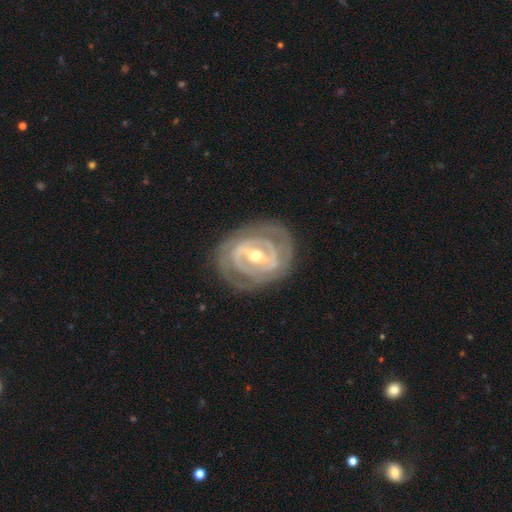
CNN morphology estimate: smooth_or_featured: featured or disk (p=0.86) [alt: smooth p=0.10]
disk_edge_on: no (p=0.96) [alt: yes p=0.04]
bar: strong (p=0.46) [alt: weak p=0.36]
has_spiral_arms: yes (p=0.79) [alt: no p=0.21]
spiral_winding: tight (p=0.70) [alt: medium p=0.23]
spiral_arm_count: 2 (p=0.43) [alt: can't tell p=0.32]
bulge_size: moderate (p=0.58) [alt: small p=0.38]
merging: none (p=0.78) [alt: minor disturbance p=0.15]